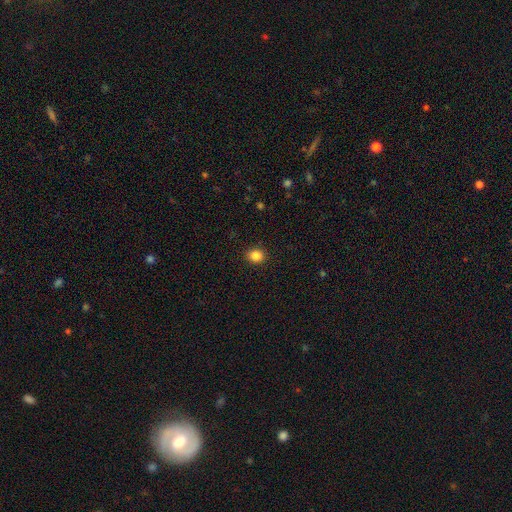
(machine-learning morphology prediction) Overall: smooth (85%). How rounded: round (73%). Merging: none (92%).